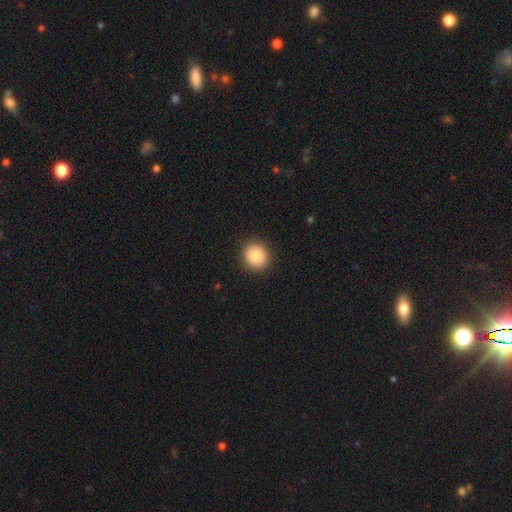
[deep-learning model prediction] Morphology: type=smooth (87%); roundness=round (82%); merging=none (90%).